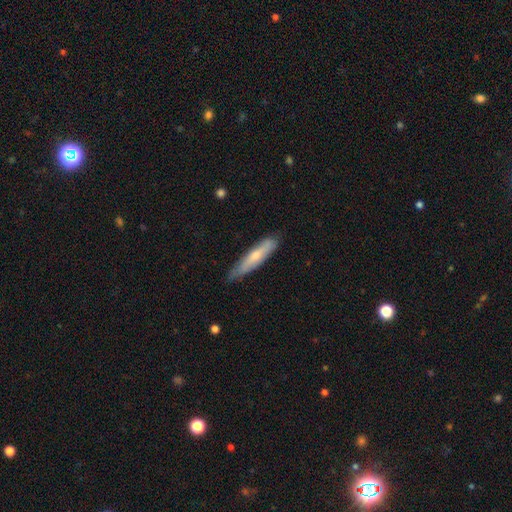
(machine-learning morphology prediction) type=smooth (57%); roundness=cigar-shaped (83%); merging=none (72%).